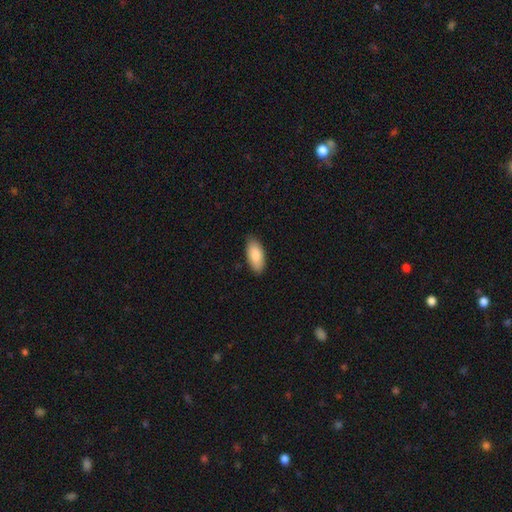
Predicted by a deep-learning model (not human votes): Overall: smooth (86%). How rounded: in between (90%). Merging: none (86%).